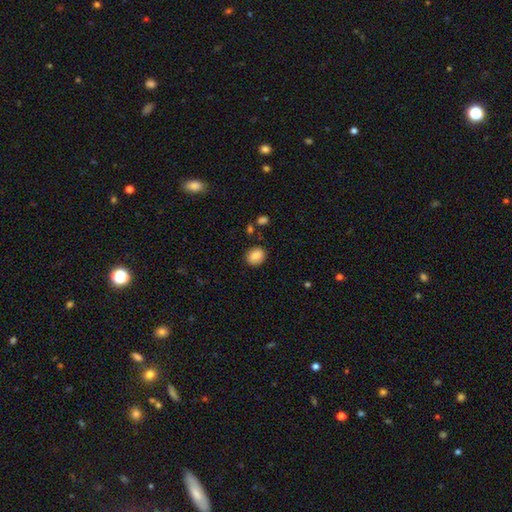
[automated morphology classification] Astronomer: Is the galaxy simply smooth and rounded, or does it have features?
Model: smooth — 83%.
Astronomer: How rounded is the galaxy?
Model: in between — 53% (runner-up: round, 45%).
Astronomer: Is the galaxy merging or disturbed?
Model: none — 82%.